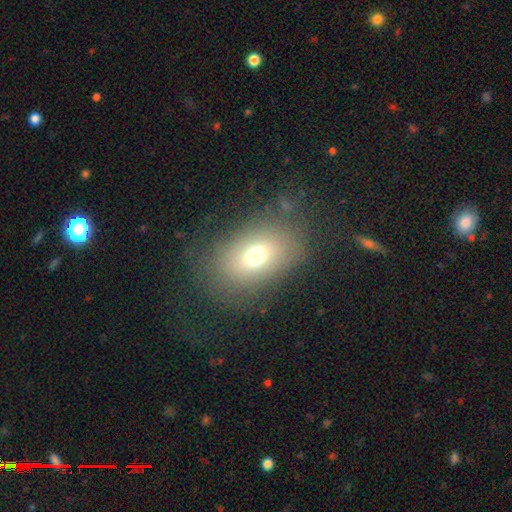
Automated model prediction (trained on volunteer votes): smooth 70%, featured or disk 16%, star or artifact 14%. Down the decision tree: how rounded — in between (76%); merging — none (76%).